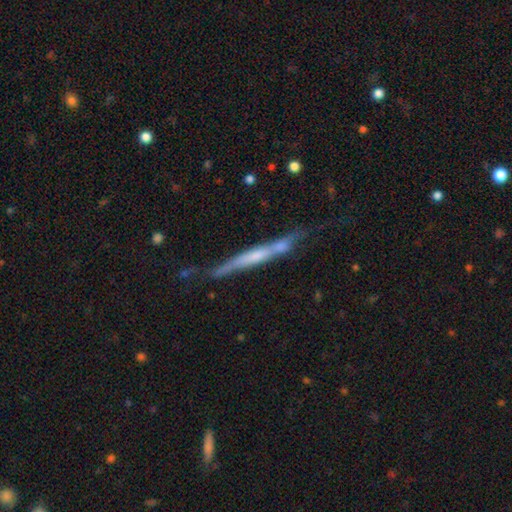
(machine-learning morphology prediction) The model was most divided on "edge-on bulge": none: 52%, rounded: 30%, boxy: 18%. More confident: edge-on disk — yes (91%); smooth or featured — featured or disk (65%); merging — none (60%).